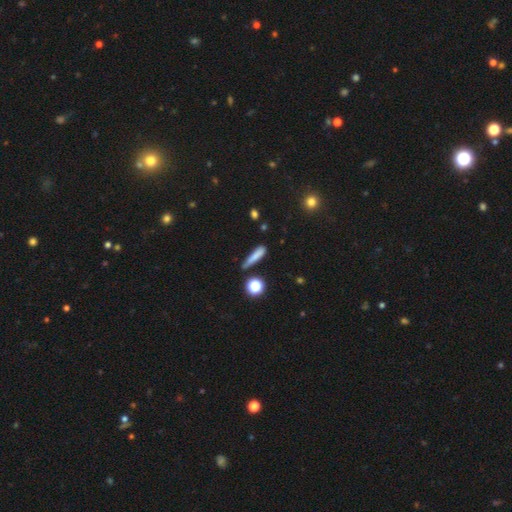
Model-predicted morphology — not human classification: A smooth galaxy with no disk features (75%) that is cigar-shaped (82%). Merging: none (67%).